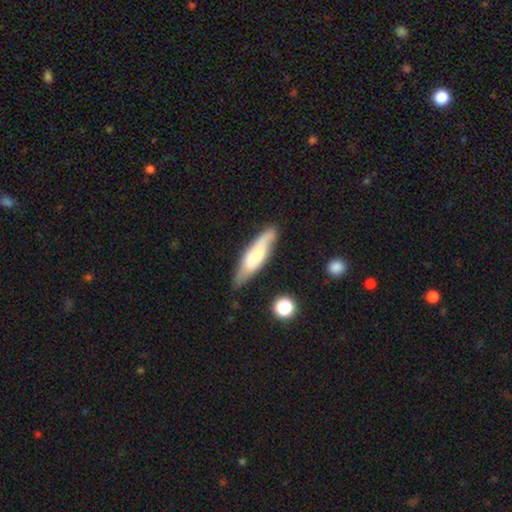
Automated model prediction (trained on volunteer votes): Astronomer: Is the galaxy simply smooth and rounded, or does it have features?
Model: smooth — 54% (runner-up: featured or disk, 40%).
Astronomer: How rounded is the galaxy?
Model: cigar-shaped — 66%.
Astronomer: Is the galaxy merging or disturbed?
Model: none — 73%.